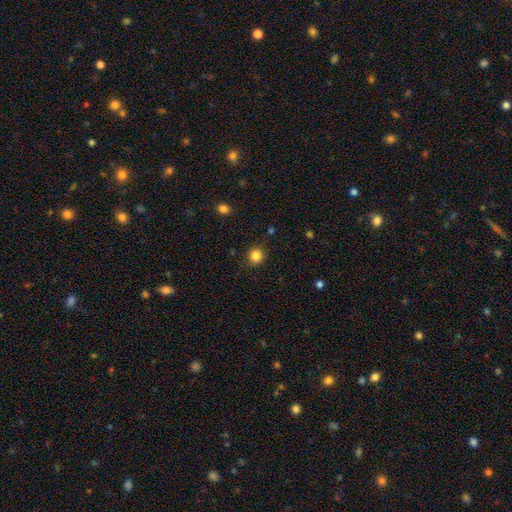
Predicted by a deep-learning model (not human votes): Morphology: type=smooth (85%); roundness=round (90%); merging=none (88%).